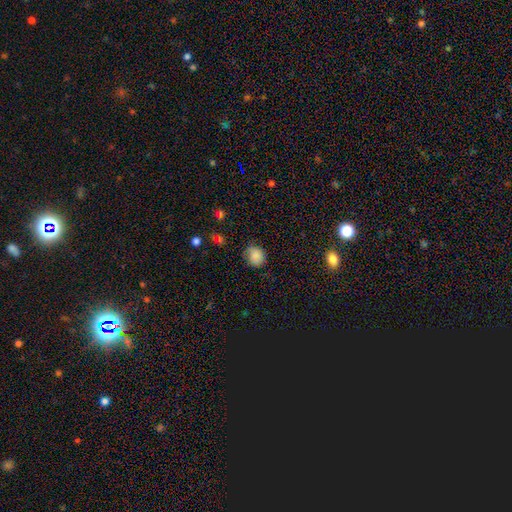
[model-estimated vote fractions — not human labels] Overall: smooth (84%). How rounded: round (59%; in between 40%). Merging: none (71%).